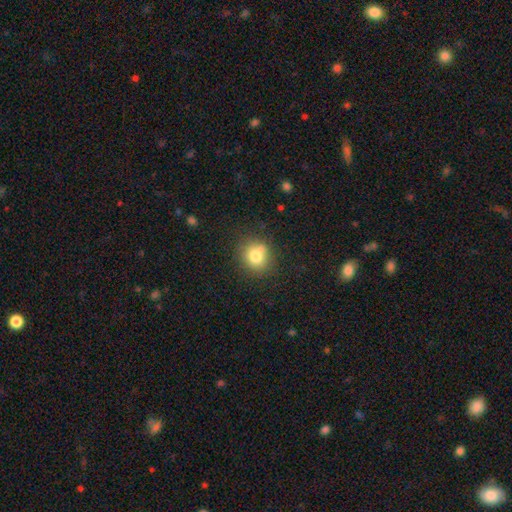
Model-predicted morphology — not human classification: This appears to be a smooth galaxy with no disk features (76%) that is round (81%). Merging: none (68%).